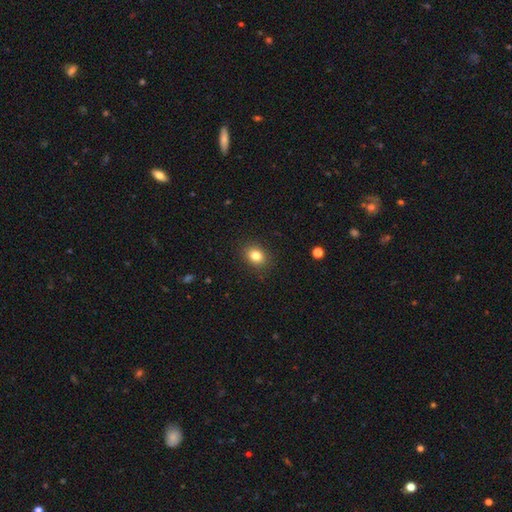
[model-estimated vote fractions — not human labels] Smooth or featured: smooth — 82% (star or artifact — 11%)
How rounded: in between — 52% (round — 47%)
Merging: none — 89% (minor disturbance — 8%)